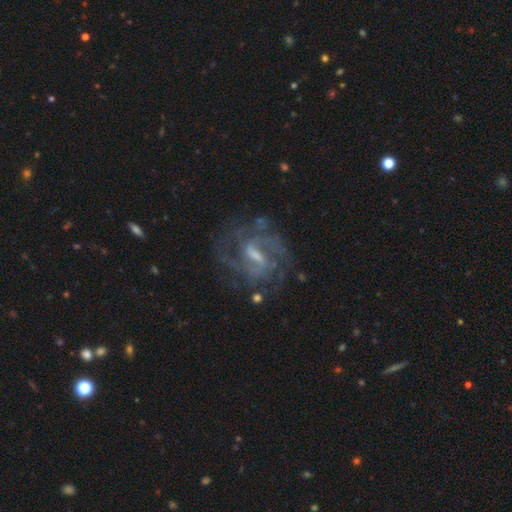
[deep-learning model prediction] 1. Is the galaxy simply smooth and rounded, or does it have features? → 89% featured or disk, 6% star or artifact, 5% smooth.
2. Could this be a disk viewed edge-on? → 97% no, 3% yes.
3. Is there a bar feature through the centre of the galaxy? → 53% weak, 36% strong, 11% no.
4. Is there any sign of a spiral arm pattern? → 96% yes, 4% no.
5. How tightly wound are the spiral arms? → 51% medium, 35% tight, 14% loose.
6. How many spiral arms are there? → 53% 2, 17% 3, 16% can't tell, 6% 4, 4% 1, 4% more than 4.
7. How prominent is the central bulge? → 42% small, 37% moderate, 16% none, 4% large, 1% dominant.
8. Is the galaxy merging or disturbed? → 70% none, 17% minor disturbance, 11% major disturbance, 2% merger.